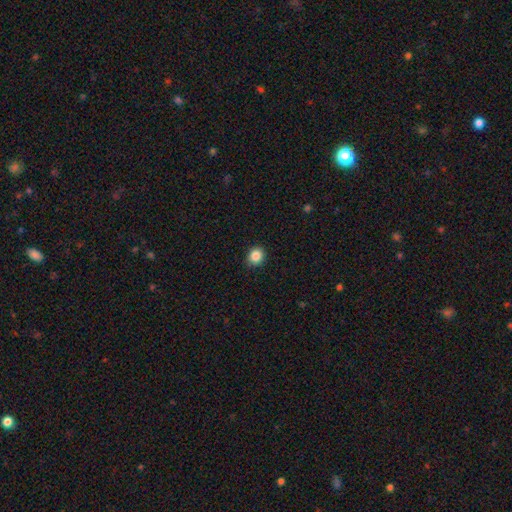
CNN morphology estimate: The model was most divided on "how rounded": round: 77%, in between: 22%, cigar-shaped: 1%. More confident: merging — none (90%); smooth or featured — smooth (86%).